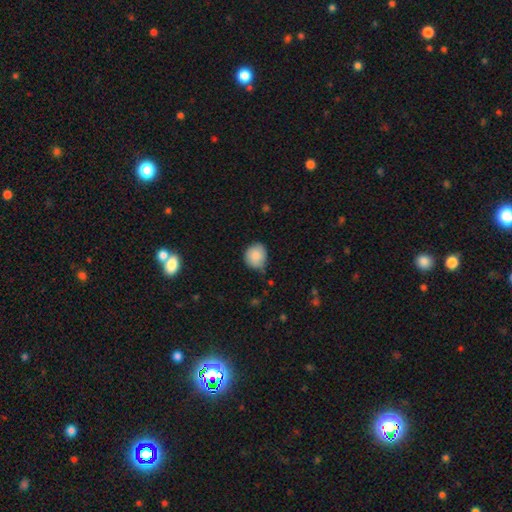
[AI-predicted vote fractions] A smooth galaxy with no disk features (86%) that is round (79%). Merging: none (62%).